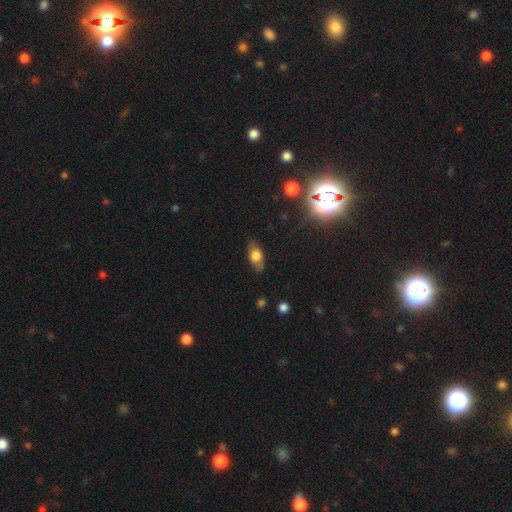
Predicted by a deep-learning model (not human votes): smooth-or-featured: smooth: 68% | featured or disk: 22% | star or artifact: 10%
  how-rounded: in between: 85% | round: 9% | cigar-shaped: 6%
  merging: none: 78% | minor disturbance: 16% | major disturbance: 4% | merger: 1%